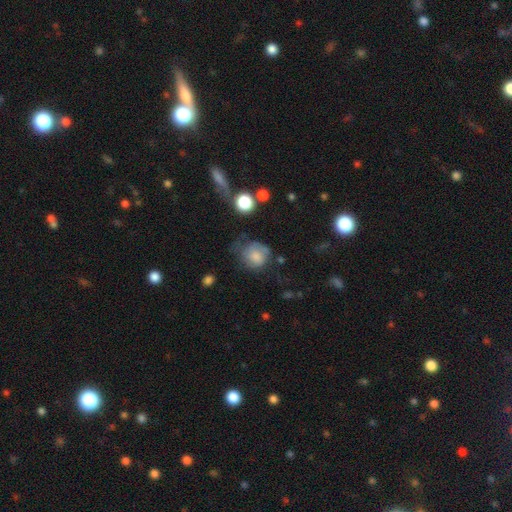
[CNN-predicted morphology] This appears to be a smooth galaxy with no disk features (68%) that is round (73%). Merging: none (41%).